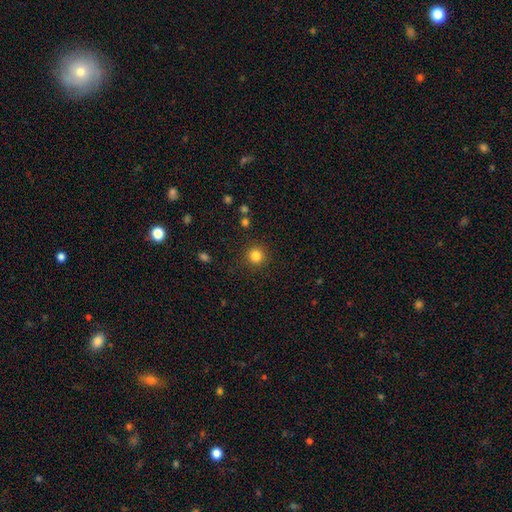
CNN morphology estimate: Overall: smooth (83%). How rounded: round (95%). Merging: none (90%).